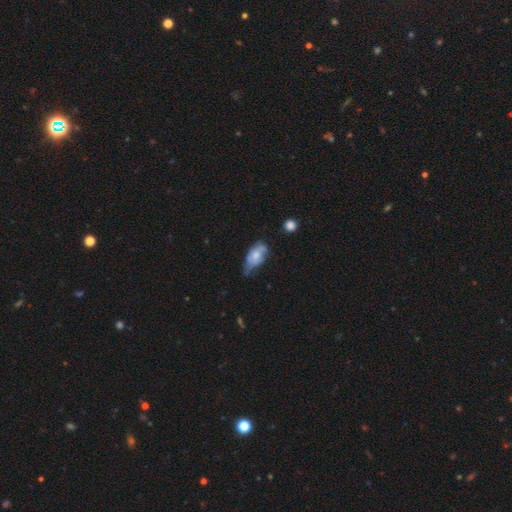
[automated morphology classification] Smooth or featured? Predicted: smooth (p=0.58). How rounded? Predicted: in between (p=0.88). Merging? Predicted: minor disturbance (p=0.44).